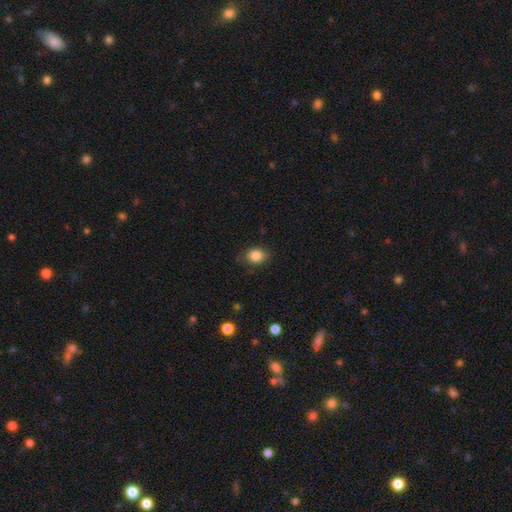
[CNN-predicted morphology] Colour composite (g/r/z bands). It shows a smooth galaxy with no disk features (86%) that is in between round and cigar-shaped (53%). Merging: none (78%).